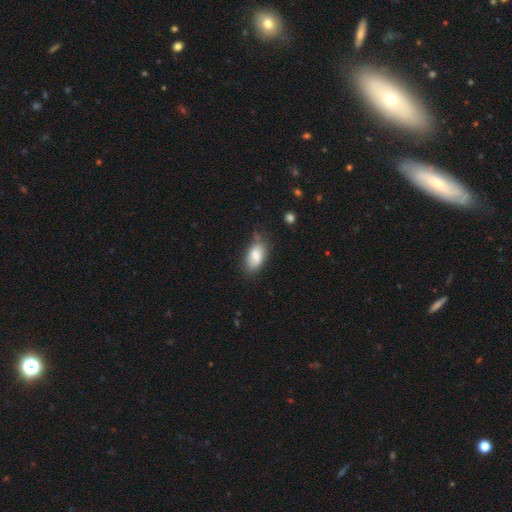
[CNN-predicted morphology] Smooth or featured? Predicted: smooth (p=0.80). How rounded? Predicted: in between (p=0.91). Merging? Predicted: none (p=0.64).